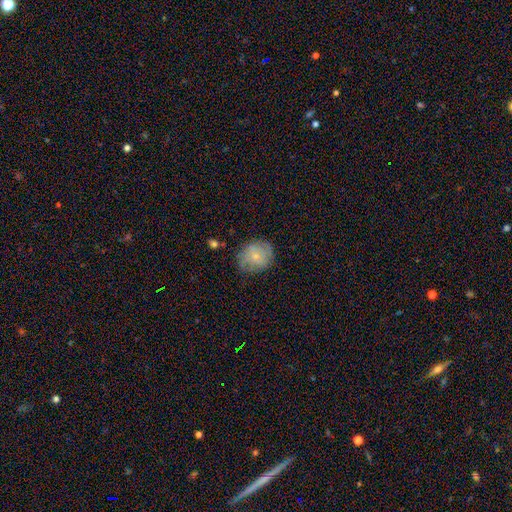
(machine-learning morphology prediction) The model was most divided on "smooth or featured": smooth: 61%, featured or disk: 31%, star or artifact: 8%. More confident: how rounded — round (68%); merging — none (67%).